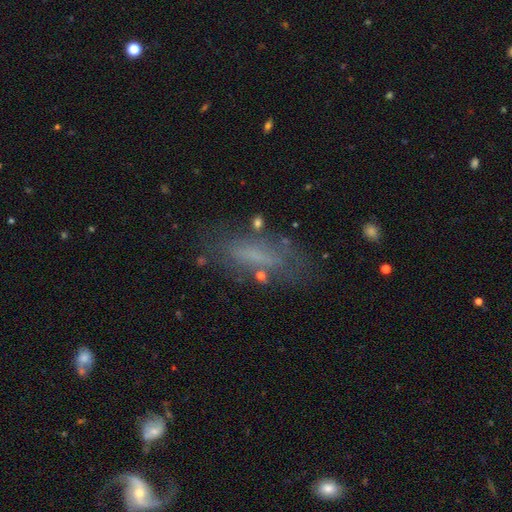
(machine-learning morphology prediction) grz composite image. It shows a smooth galaxy with no disk features (52%) that is in between round and cigar-shaped (54%). Merging: none (67%).